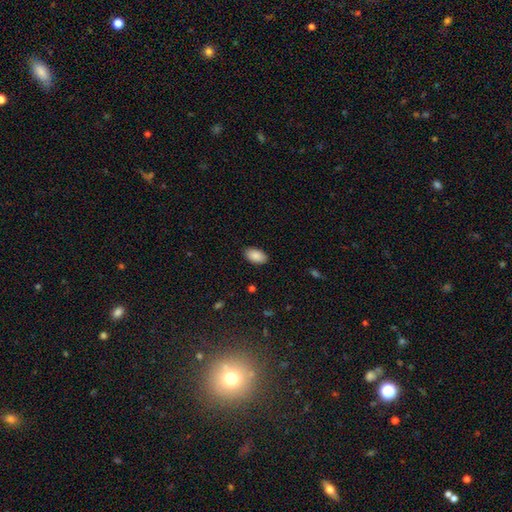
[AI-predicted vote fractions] Smooth or featured? smooth (89%)
How rounded? in between (95%)
Merging? none (88%)